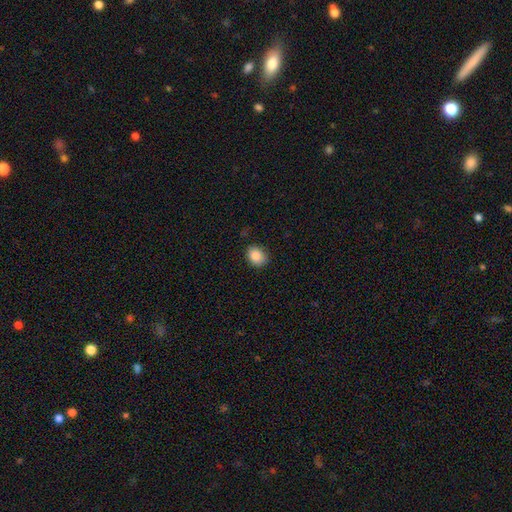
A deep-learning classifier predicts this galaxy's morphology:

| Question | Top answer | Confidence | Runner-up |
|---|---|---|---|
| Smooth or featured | smooth | 86% | star or artifact (9%) |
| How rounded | round | 56% | in between (43%) |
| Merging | none | 82% | minor disturbance (14%) |